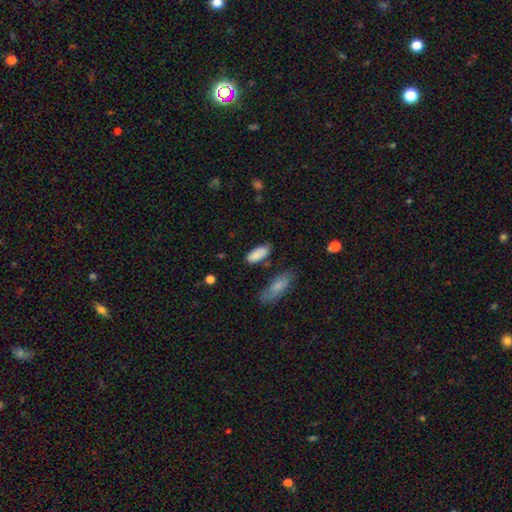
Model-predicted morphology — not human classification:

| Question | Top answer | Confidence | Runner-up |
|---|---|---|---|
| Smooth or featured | smooth | 86% | star or artifact (7%) |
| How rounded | in between | 86% | cigar-shaped (12%) |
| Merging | none | 74% | minor disturbance (16%) |